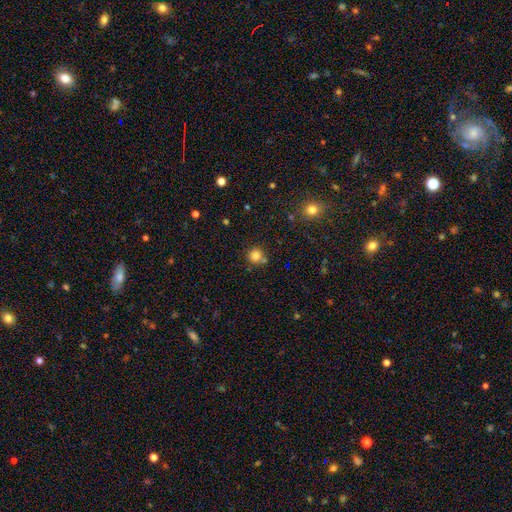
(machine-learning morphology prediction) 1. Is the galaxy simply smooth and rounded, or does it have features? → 81% smooth, 13% star or artifact, 6% featured or disk.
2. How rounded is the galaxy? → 92% round, 7% in between, 1% cigar-shaped.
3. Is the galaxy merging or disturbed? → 70% none, 16% merger, 11% minor disturbance, 3% major disturbance.